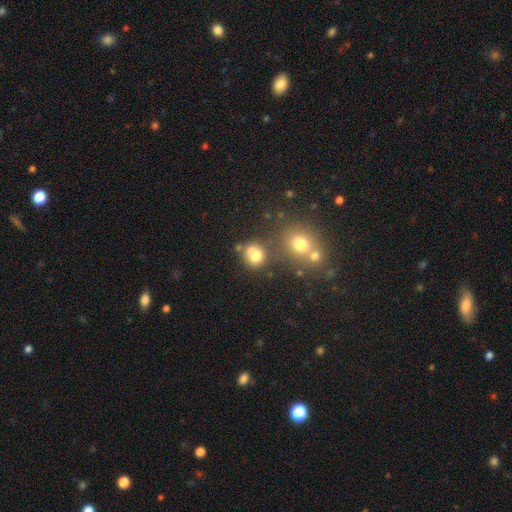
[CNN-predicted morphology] Q: Smooth or featured?
A: smooth (74%); runner-up: star or artifact (14%)
Q: How rounded?
A: round (77%); runner-up: in between (22%)
Q: Merging?
A: none (52%); runner-up: merger (27%)